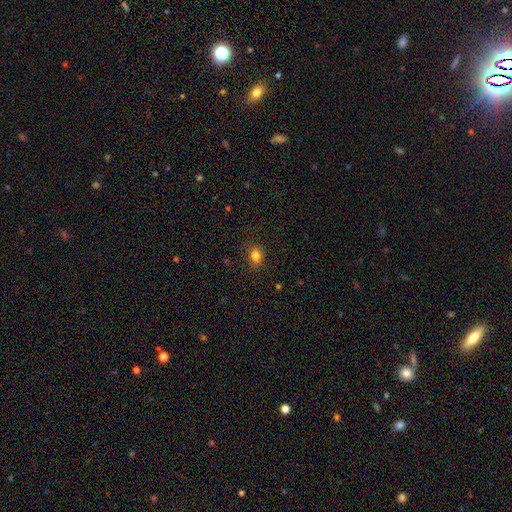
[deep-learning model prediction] This is clearly a smooth galaxy (81%). How rounded: likely in between (63%). Merging: clearly none (82%).